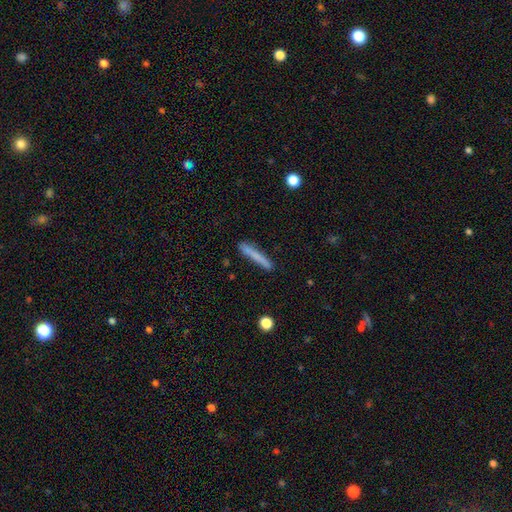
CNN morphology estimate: A smooth galaxy with no disk features (72%) that is cigar-shaped (96%). Merging: none (85%).